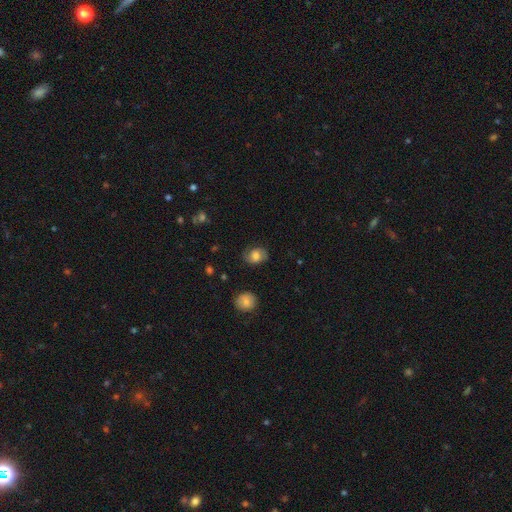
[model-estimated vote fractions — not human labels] Q: Smooth or featured?
A: smooth (53%); runner-up: featured or disk (37%)
Q: How rounded?
A: in between (60%); runner-up: round (39%)
Q: Merging?
A: none (78%); runner-up: minor disturbance (15%)